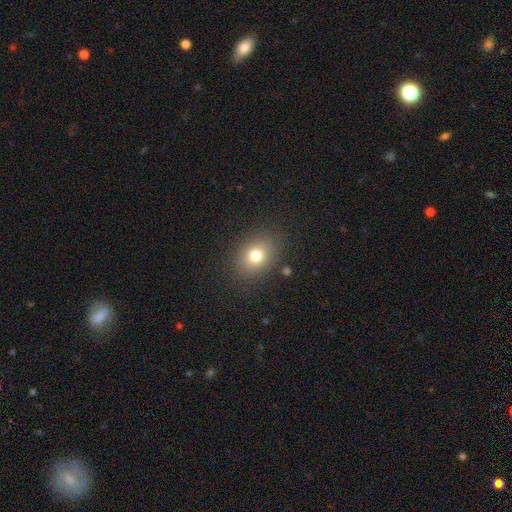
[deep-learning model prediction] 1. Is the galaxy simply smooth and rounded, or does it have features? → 76% smooth, 13% star or artifact, 11% featured or disk.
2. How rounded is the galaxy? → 56% in between, 43% round, 1% cigar-shaped.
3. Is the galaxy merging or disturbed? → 85% none, 9% minor disturbance, 4% major disturbance, 2% merger.